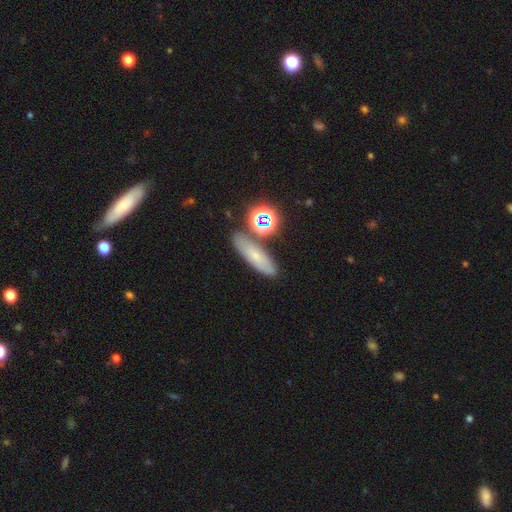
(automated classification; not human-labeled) This is possibly a smooth galaxy (57%). How rounded: possibly cigar-shaped (46%). Merging: likely none (74%).